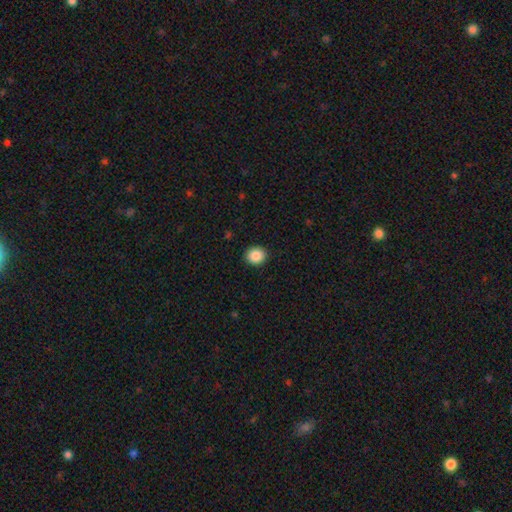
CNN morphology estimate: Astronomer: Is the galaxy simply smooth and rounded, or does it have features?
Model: smooth — 88%.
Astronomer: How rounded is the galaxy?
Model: round — 79%.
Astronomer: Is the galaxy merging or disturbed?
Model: none — 91%.